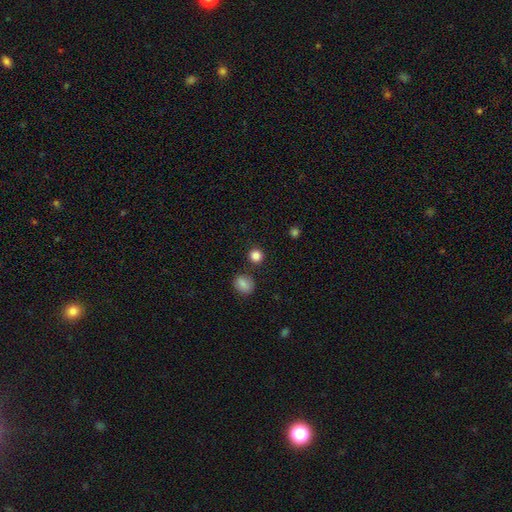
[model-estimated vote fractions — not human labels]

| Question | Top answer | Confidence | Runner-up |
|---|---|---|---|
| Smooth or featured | smooth | 85% | star or artifact (12%) |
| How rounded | round | 91% | in between (8%) |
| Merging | none | 85% | minor disturbance (7%) |